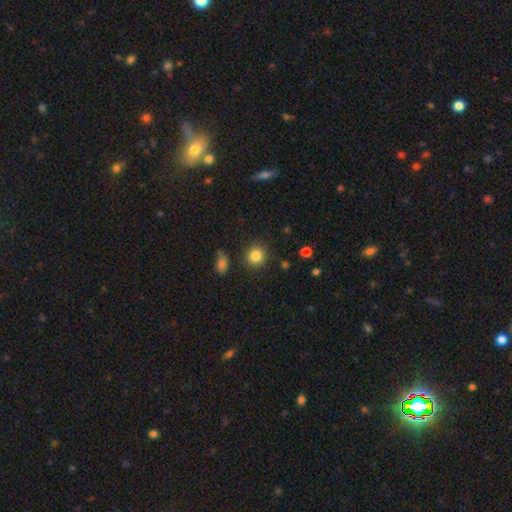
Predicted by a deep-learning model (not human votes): Smooth or featured: smooth — 84% (star or artifact — 10%)
How rounded: round — 85% (in between — 14%)
Merging: none — 86% (minor disturbance — 8%)